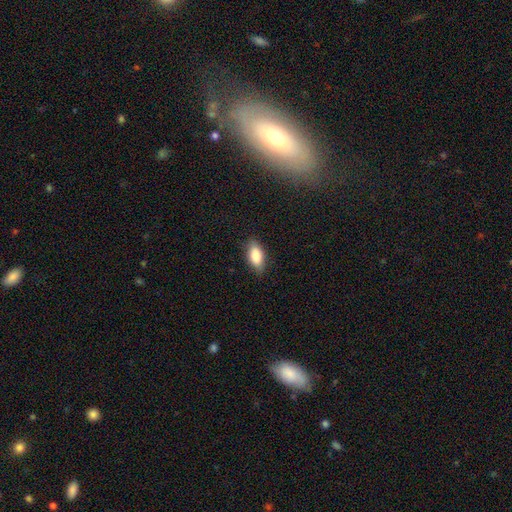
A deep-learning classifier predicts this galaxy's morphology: Overall: smooth (84%). How rounded: in between (87%). Merging: none (82%).